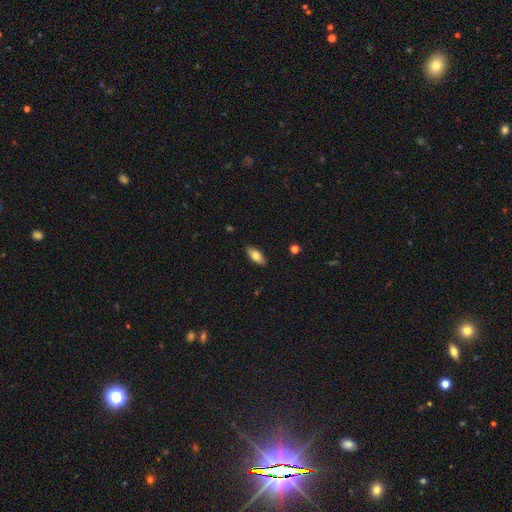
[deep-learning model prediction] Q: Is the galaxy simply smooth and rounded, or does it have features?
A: smooth — 77%.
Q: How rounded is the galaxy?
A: in between — 84%.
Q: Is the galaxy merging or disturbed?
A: none — 88%.